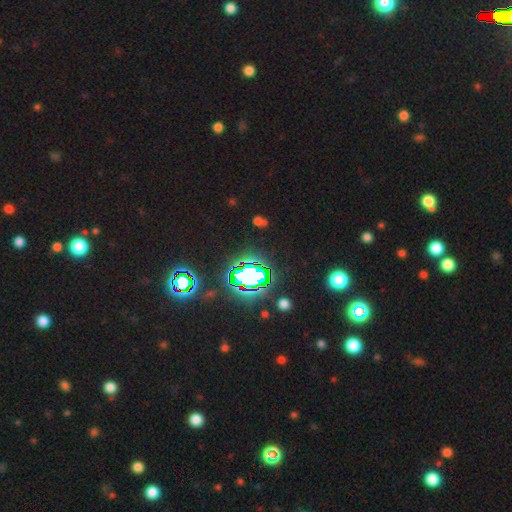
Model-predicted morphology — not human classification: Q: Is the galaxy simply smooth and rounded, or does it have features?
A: star or artifact — 82%.